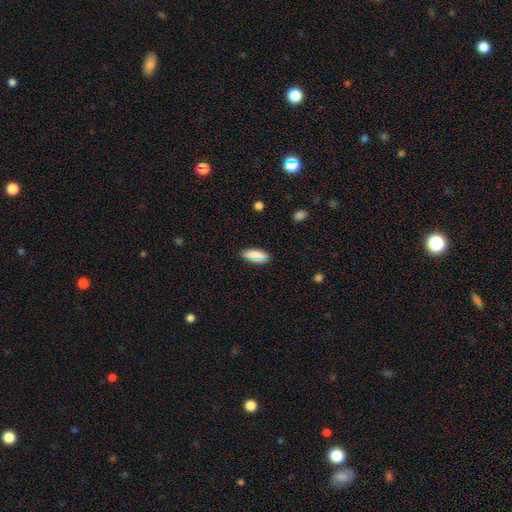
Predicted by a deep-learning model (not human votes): Morphology: type=smooth (79%); roundness=in between (78%); merging=none (85%).